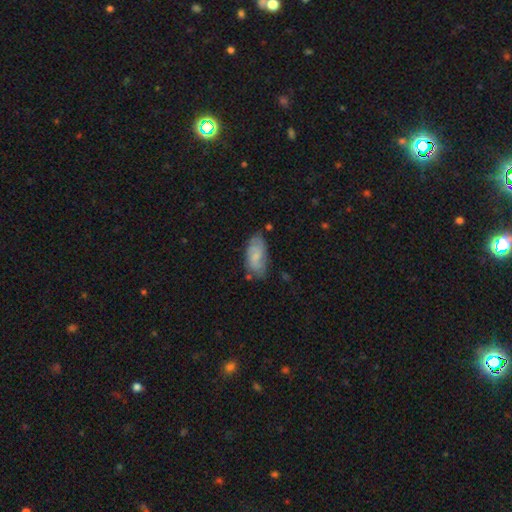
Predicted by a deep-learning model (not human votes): Morphology: type=smooth (55%); roundness=in between (89%); merging=none (64%).